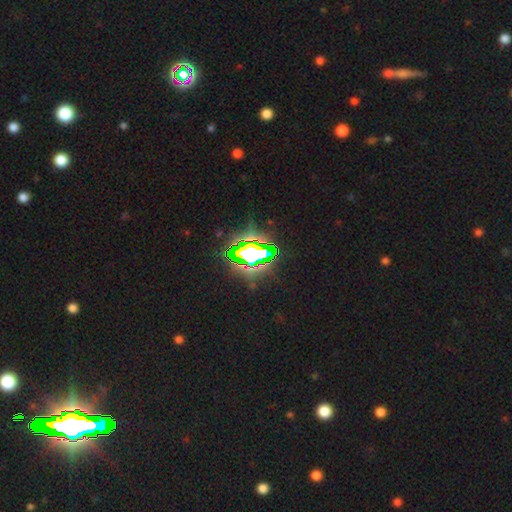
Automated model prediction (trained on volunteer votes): star or artifact 75%, smooth 13%, featured or disk 12%.